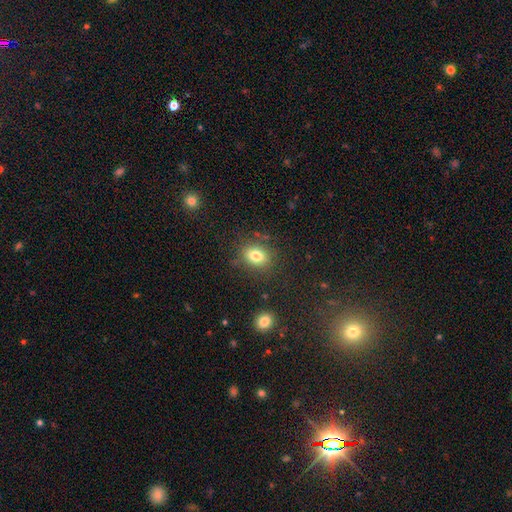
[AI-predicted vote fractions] A smooth galaxy with no disk features (80%) that is in between round and cigar-shaped (62%).

Vote fractions:
- Smooth or featured? smooth: 80% / star or artifact: 11% / featured or disk: 9%
- How rounded? in between: 62% / round: 37% / cigar-shaped: 1%
- Merging? none: 80% / minor disturbance: 12% / major disturbance: 4% / merger: 3%